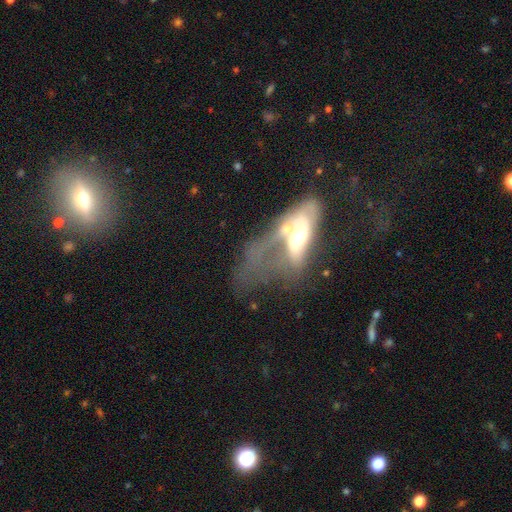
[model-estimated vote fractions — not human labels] smooth_or_featured: featured or disk (p=0.59) [alt: smooth p=0.29]
disk_edge_on: no (p=0.82) [alt: yes p=0.18]
merging: merger (p=0.43) [alt: major disturbance p=0.38]